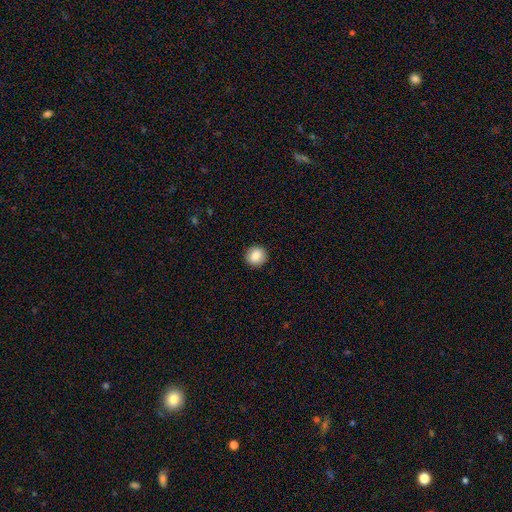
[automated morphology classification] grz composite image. It shows a smooth galaxy with no disk features (84%) that is round (91%). Merging: none (91%).